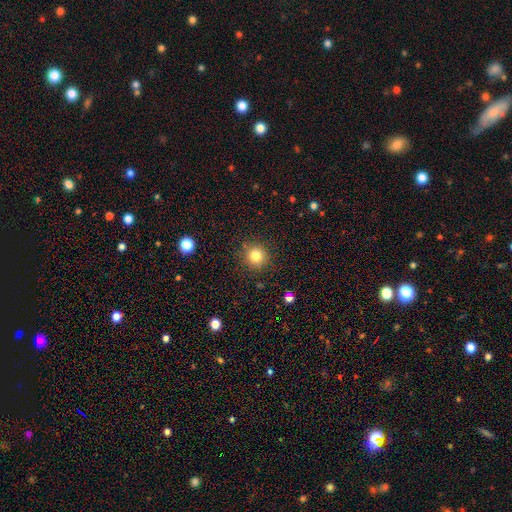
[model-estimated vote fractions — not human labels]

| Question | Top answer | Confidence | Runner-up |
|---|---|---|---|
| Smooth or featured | smooth | 81% | star or artifact (13%) |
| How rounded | round | 93% | in between (6%) |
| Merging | none | 89% | minor disturbance (7%) |